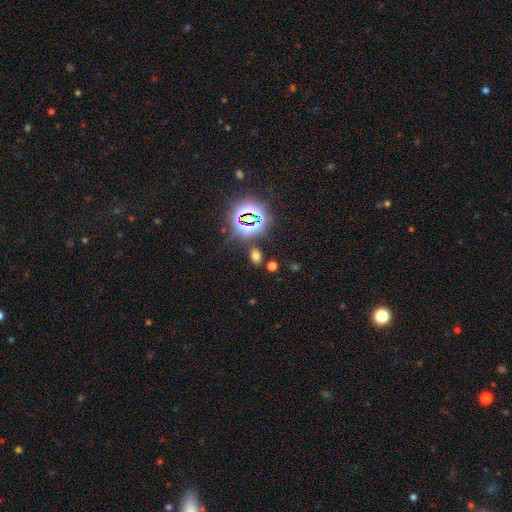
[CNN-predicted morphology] Q: Smooth or featured?
A: smooth (55%); runner-up: star or artifact (38%)
Q: How rounded?
A: in between (77%); runner-up: round (20%)
Q: Merging?
A: none (81%); runner-up: minor disturbance (10%)